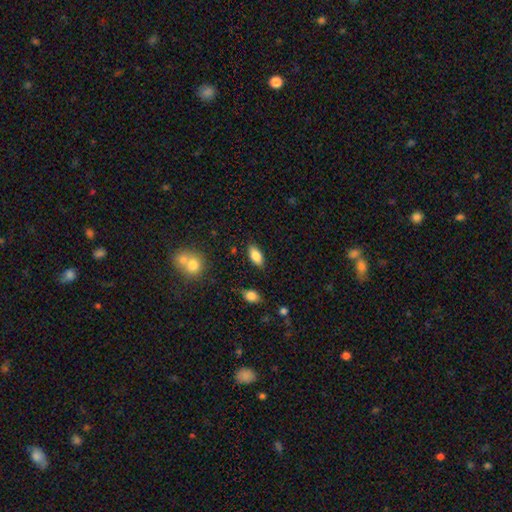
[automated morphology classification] Overall: smooth (83%). How rounded: in between (90%). Merging: none (86%).